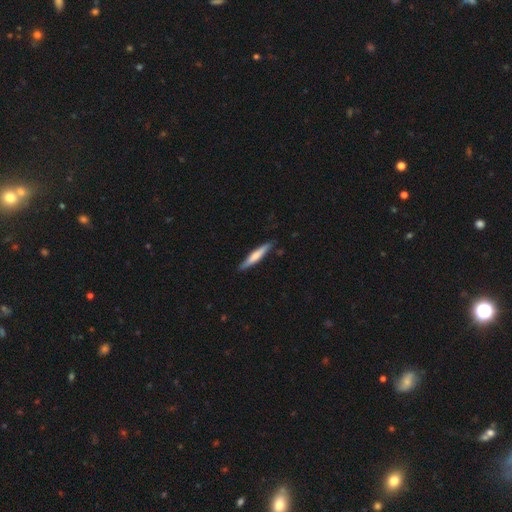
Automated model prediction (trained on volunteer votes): This is possibly a smooth galaxy (59%). How rounded: clearly cigar-shaped (92%). Merging: clearly none (86%).